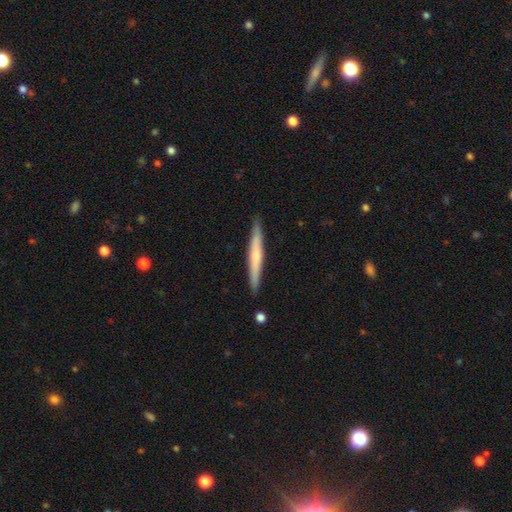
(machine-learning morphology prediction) Smooth or featured? Predicted: smooth (p=0.48). Merging? Predicted: none (p=0.90).